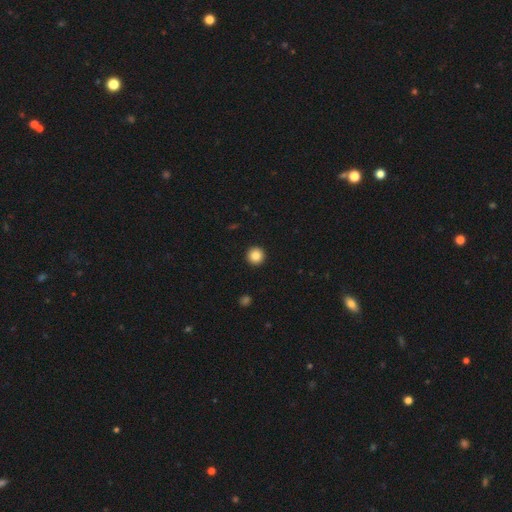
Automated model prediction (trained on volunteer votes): The model was most divided on "smooth or featured": smooth: 86%, star or artifact: 10%, featured or disk: 5%. More confident: how rounded — round (96%); merging — none (94%).